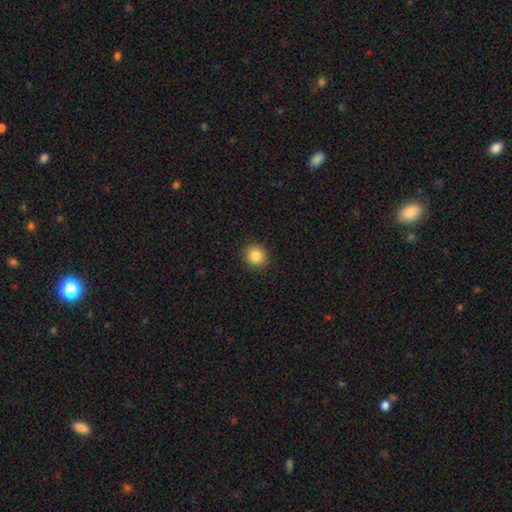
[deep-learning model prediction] A smooth galaxy with no disk features (86%) that is round (89%). Merging: none (91%).